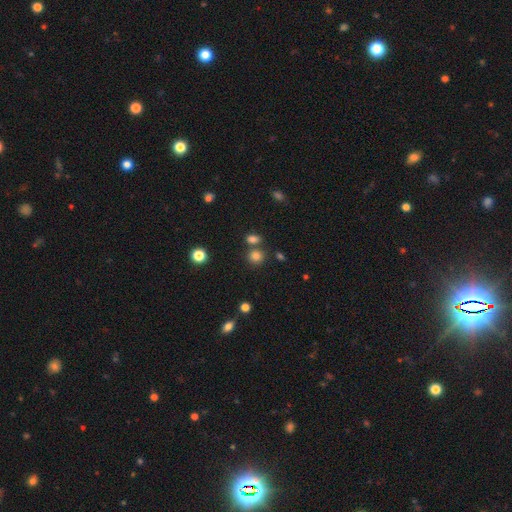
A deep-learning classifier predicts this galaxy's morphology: smooth_or_featured: smooth (p=0.79) [alt: star or artifact p=0.15]
how_rounded: round (p=0.83) [alt: in between p=0.16]
merging: none (p=0.69) [alt: merger p=0.19]